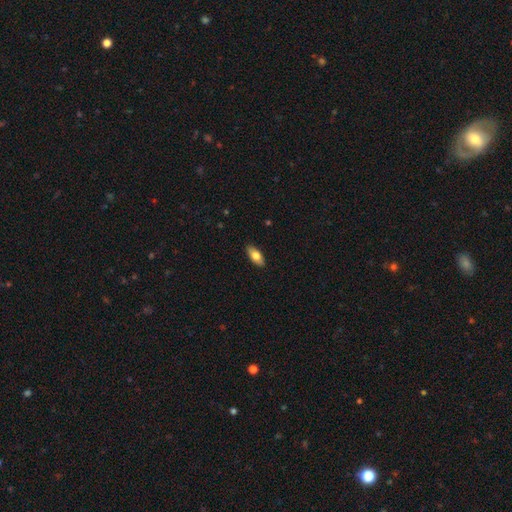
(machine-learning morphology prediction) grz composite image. It shows a smooth galaxy with no disk features (76%) that is in between round and cigar-shaped (87%). Merging: none (89%).